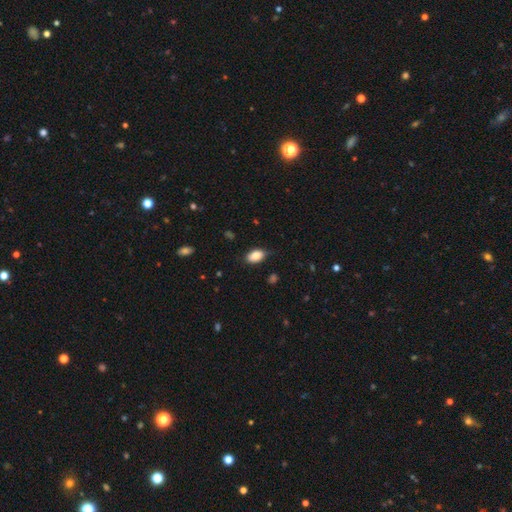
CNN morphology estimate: type=smooth (85%); roundness=in between (90%); merging=none (77%).